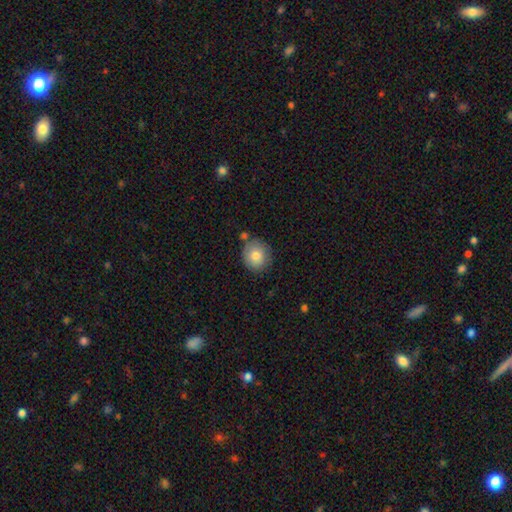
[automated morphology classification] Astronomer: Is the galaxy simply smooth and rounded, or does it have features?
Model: smooth — 81%.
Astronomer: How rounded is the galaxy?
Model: round — 87%.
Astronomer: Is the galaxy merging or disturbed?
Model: none — 74%.